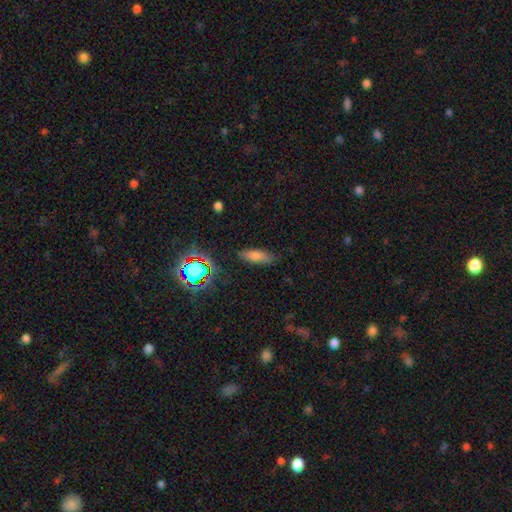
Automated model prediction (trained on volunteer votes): Smooth or featured?
  - smooth: 73% *
  - star or artifact: 14%
  - featured or disk: 13%
How rounded?
  - in between: 61% *
  - cigar-shaped: 36%
  - round: 3%
Merging?
  - none: 81% *
  - minor disturbance: 14%
  - major disturbance: 4%
  - merger: 2%